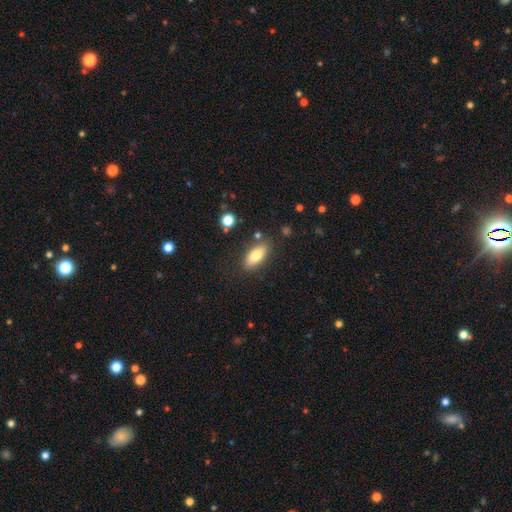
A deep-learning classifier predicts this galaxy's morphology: Overall: smooth (76%). How rounded: in between (86%). Merging: none (82%).